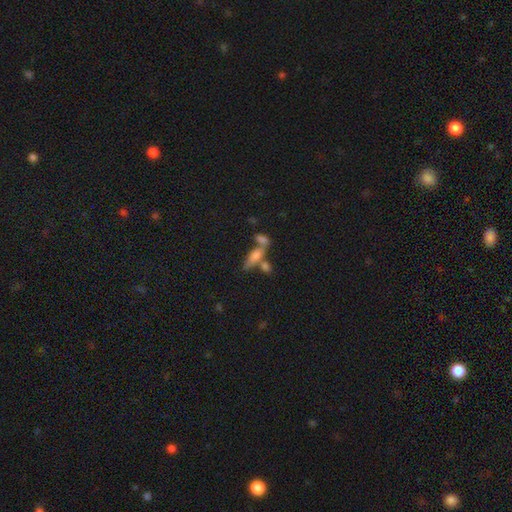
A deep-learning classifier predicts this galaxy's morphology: Smooth or featured?
  - smooth: 62% *
  - featured or disk: 27%
  - star or artifact: 10%
How rounded?
  - in between: 51% *
  - cigar-shaped: 44%
  - round: 5%
Merging?
  - none: 41% *
  - merger: 40%
  - minor disturbance: 12%
  - major disturbance: 7%